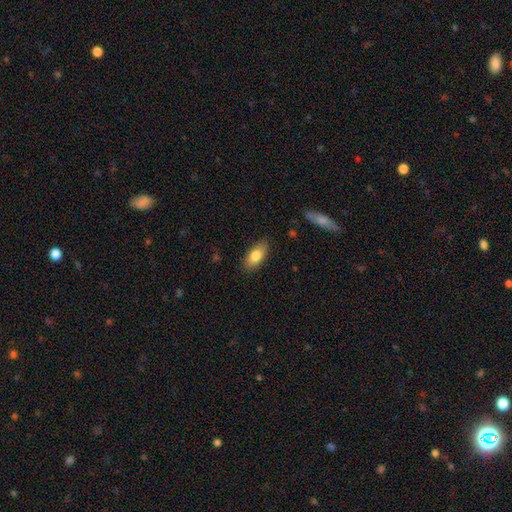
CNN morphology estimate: A smooth galaxy with no disk features (81%) that is in between round and cigar-shaped (89%).

Vote fractions:
- Smooth or featured? smooth: 81% / featured or disk: 12% / star or artifact: 7%
- How rounded? in between: 89% / cigar-shaped: 7% / round: 4%
- Merging? none: 84% / minor disturbance: 12% / major disturbance: 3% / merger: 1%